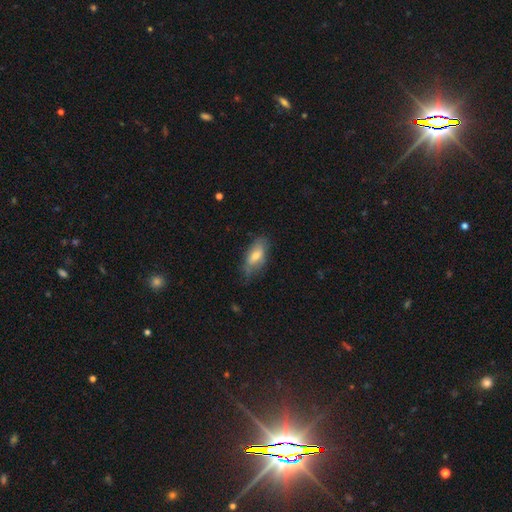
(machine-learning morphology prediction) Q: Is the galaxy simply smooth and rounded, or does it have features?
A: smooth — 63%.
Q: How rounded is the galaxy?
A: in between — 82%.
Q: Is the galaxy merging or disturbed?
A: none — 64%.